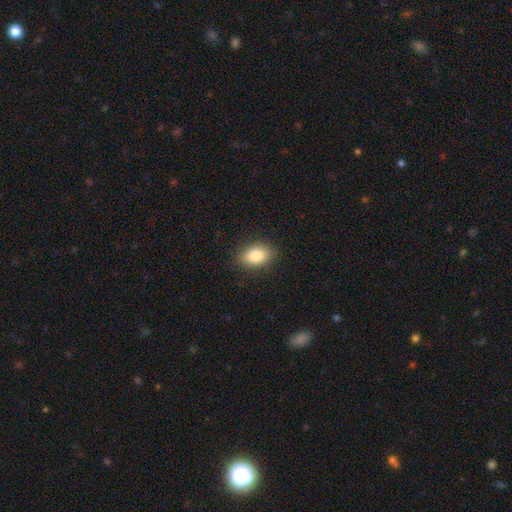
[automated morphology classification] Smooth or featured? Predicted: smooth (p=0.83). How rounded? Predicted: in between (p=0.84). Merging? Predicted: none (p=0.88).